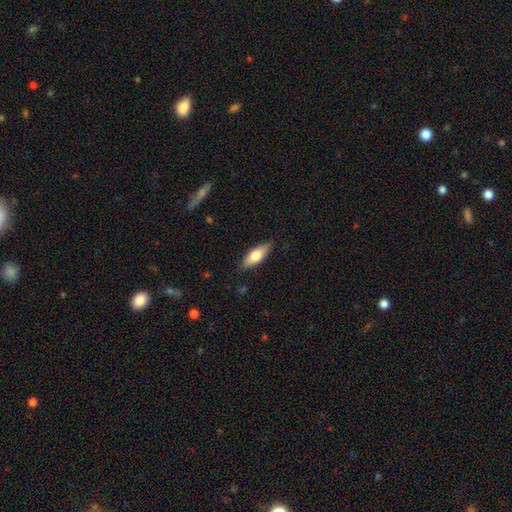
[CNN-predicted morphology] The model was most divided on "how rounded": in between: 69%, cigar-shaped: 29%, round: 2%. More confident: merging — none (85%); smooth or featured — smooth (72%).